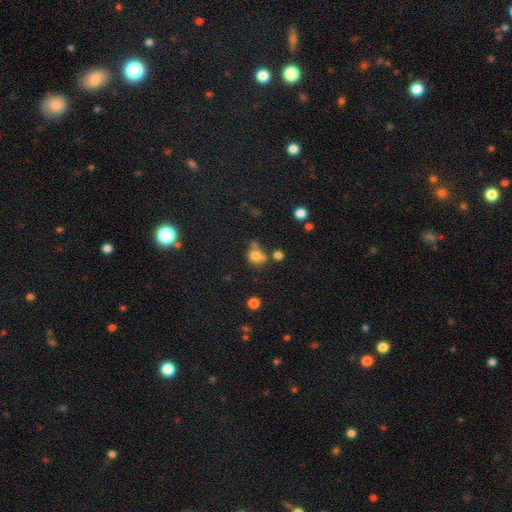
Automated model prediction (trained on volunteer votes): smooth 75%, star or artifact 14%, featured or disk 11%. Down the decision tree: how rounded — round (70%); merging — none (44%).